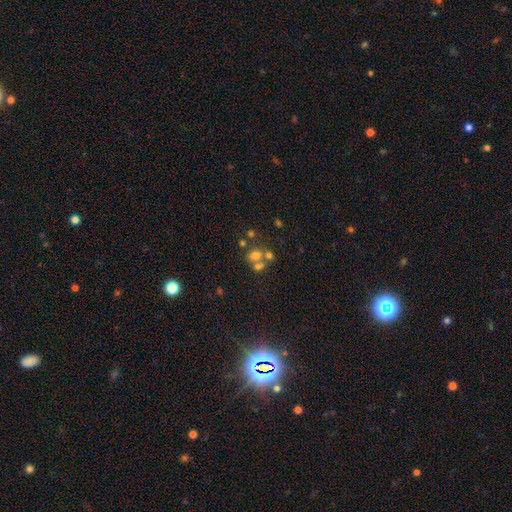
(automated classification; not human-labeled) A smooth galaxy with no disk features (61%) that is round (53%). Merging: merger (49%).